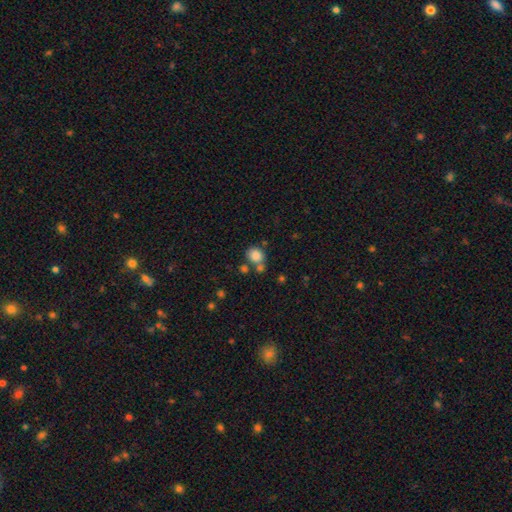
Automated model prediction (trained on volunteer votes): Overall: smooth (83%). How rounded: round (68%; in between 31%). Merging: none (56%; merger 26%).